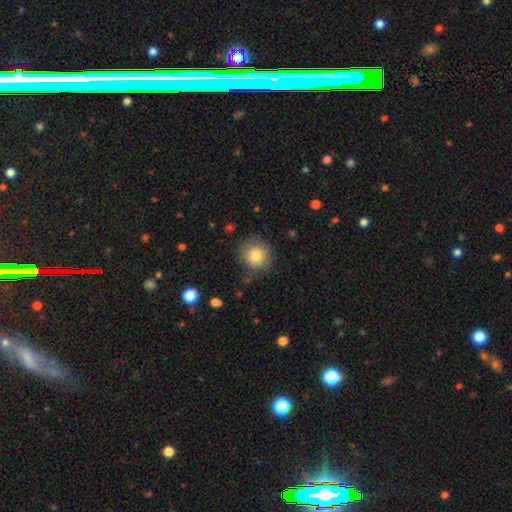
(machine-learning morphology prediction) A smooth galaxy with no disk features (80%) that is round (91%).

Vote fractions:
- Smooth or featured? smooth: 80% / featured or disk: 11% / star or artifact: 9%
- How rounded? round: 91% / in between: 8% / cigar-shaped: 1%
- Merging? none: 80% / minor disturbance: 14% / major disturbance: 5% / merger: 1%